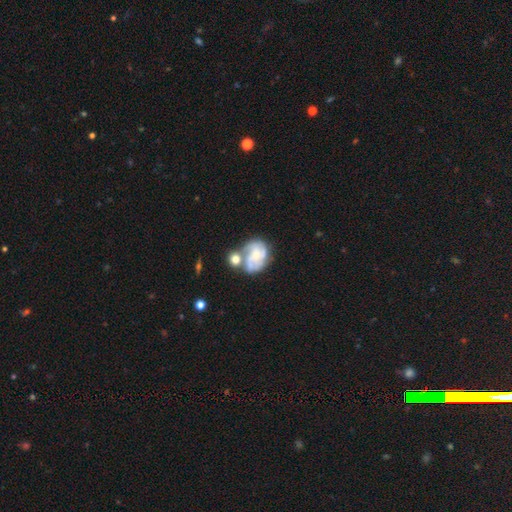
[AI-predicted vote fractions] A featured or disk galaxy (73%) with no bar (71%), 3 (37%) tight (43%) spiral arms (87%) and a small central bulge (56%).

Vote fractions:
- Smooth or featured? featured or disk: 73% / smooth: 19% / star or artifact: 7%
- Edge-on disk? no: 98% / yes: 2%
- Bar? no: 71% / weak: 25% / strong: 4%
- Spiral arms? yes: 87% / no: 13%
- Spiral winding? tight: 43% / medium: 41% / loose: 16%
- Spiral arm count? 3: 37% / can't tell: 26% / 2: 15% / 4: 14% / more than 4: 4% / 1: 4%
- Bulge size? small: 56% / moderate: 33% / none: 7% / large: 3% / dominant: 1%
- Merging? none: 42% / merger: 29% / minor disturbance: 18% / major disturbance: 12%